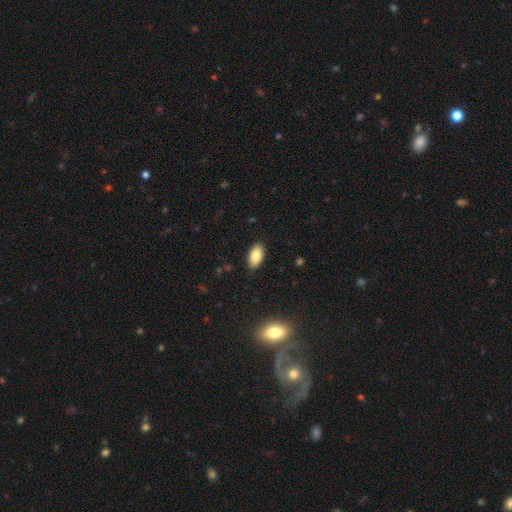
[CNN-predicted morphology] smooth-or-featured: smooth: 84% | featured or disk: 8% | star or artifact: 8%
  how-rounded: in between: 94% | round: 3% | cigar-shaped: 3%
  merging: none: 88% | minor disturbance: 9% | major disturbance: 2% | merger: 1%